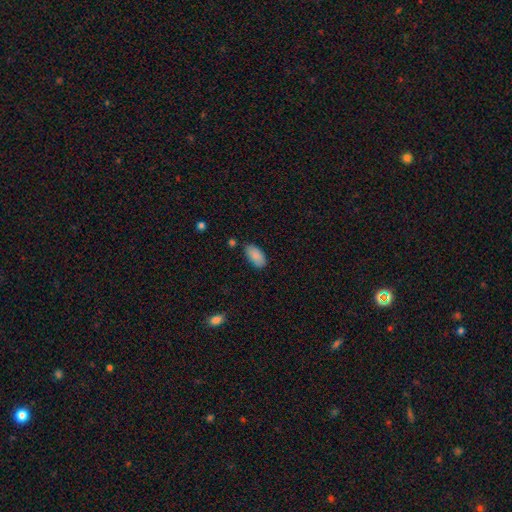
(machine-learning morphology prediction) Smooth or featured? Predicted: smooth (p=0.88). How rounded? Predicted: in between (p=0.94). Merging? Predicted: none (p=0.82).